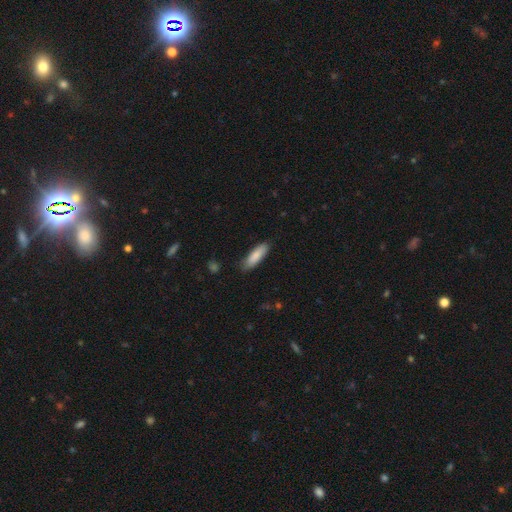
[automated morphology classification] smooth-or-featured: smooth: 87% | featured or disk: 8% | star or artifact: 6%
  how-rounded: cigar-shaped: 53% | in between: 45% | round: 1%
  merging: none: 83% | minor disturbance: 13% | major disturbance: 2% | merger: 1%